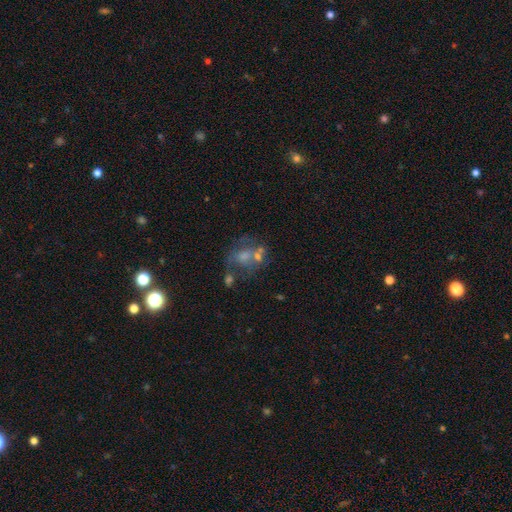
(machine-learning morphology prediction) Smooth or featured? featured or disk (44%)
Merging? none (45%)